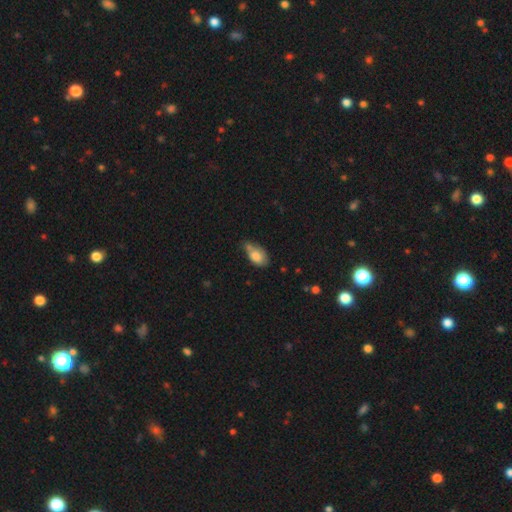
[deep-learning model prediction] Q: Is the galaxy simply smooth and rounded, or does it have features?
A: smooth — 80%.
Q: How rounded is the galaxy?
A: in between — 88%.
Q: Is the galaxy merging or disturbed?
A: none — 40%.